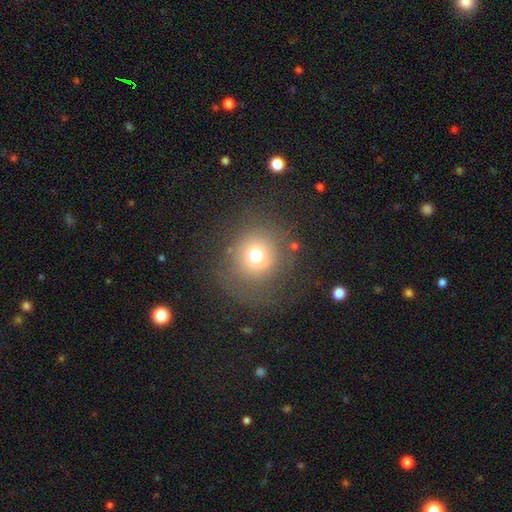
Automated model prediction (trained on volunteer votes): Overall: smooth (69%). How rounded: round (90%). Merging: none (72%).